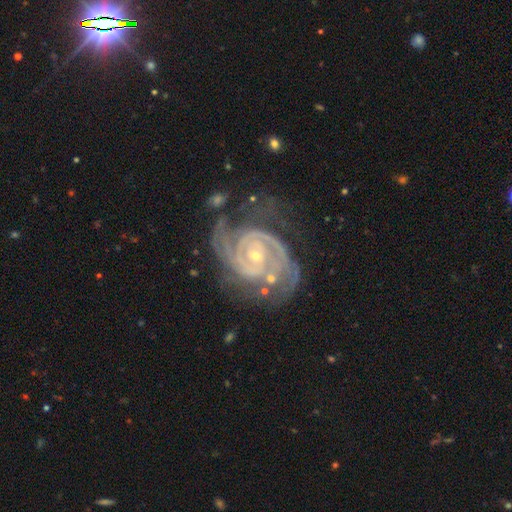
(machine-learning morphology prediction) Q: Smooth or featured?
A: featured or disk (92%); runner-up: star or artifact (5%)
Q: Edge-on disk?
A: no (98%); runner-up: yes (2%)
Q: Bar?
A: no (61%); runner-up: weak (28%)
Q: Spiral arms?
A: yes (98%); runner-up: no (2%)
Q: Spiral winding?
A: tight (70%); runner-up: medium (26%)
Q: Spiral arm count?
A: 2 (55%); runner-up: 3 (19%)
Q: Bulge size?
A: small (68%); runner-up: moderate (29%)
Q: Merging?
A: none (53%); runner-up: minor disturbance (24%)